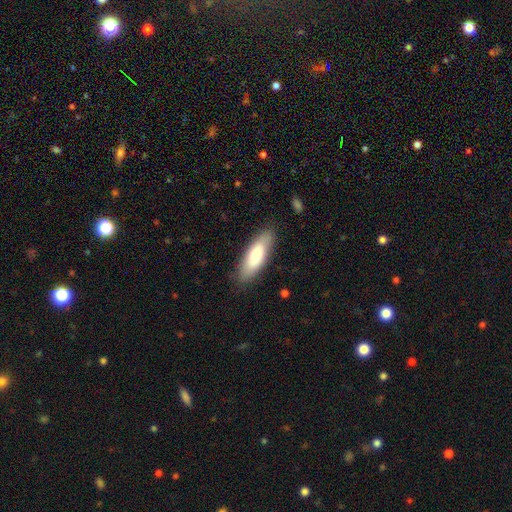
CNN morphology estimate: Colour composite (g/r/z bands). It shows a smooth galaxy with no disk features (77%) that is in between round and cigar-shaped (61%). Merging: none (83%).